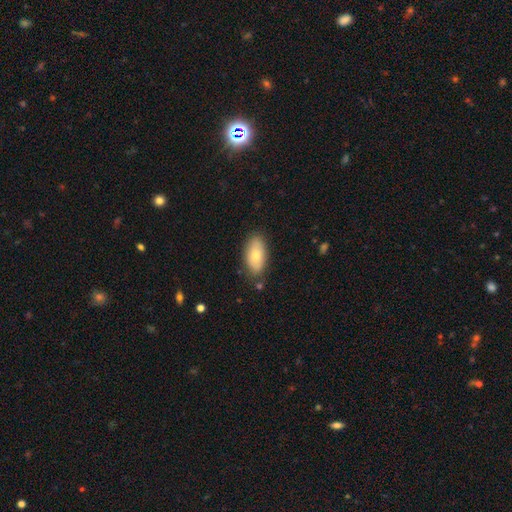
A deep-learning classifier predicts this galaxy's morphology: A smooth galaxy with no disk features (75%) that is in between round and cigar-shaped (92%).

Vote fractions:
- Smooth or featured? smooth: 75% / featured or disk: 19% / star or artifact: 6%
- How rounded? in between: 92% / cigar-shaped: 5% / round: 3%
- Merging? none: 80% / minor disturbance: 15% / major disturbance: 3% / merger: 2%